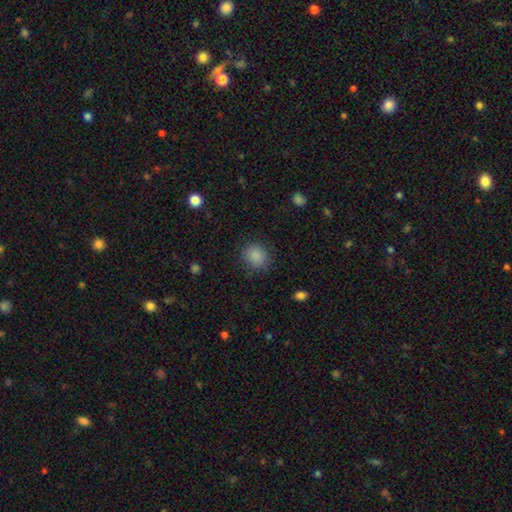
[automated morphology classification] The model was most divided on "how rounded": round: 84%, in between: 15%, cigar-shaped: 1%. More confident: smooth or featured — smooth (87%); merging — none (86%).